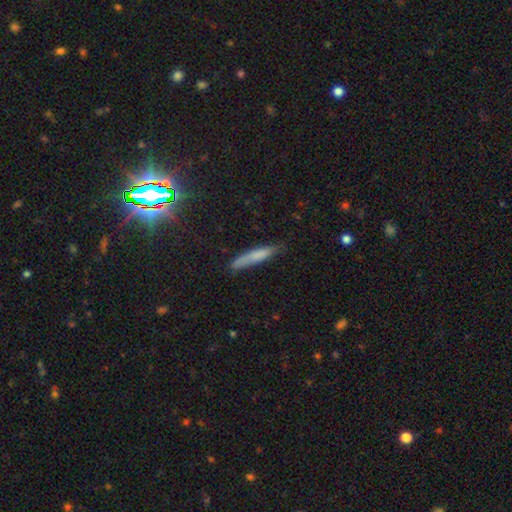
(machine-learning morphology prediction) A smooth galaxy with no disk features (70%) that is cigar-shaped (89%).

Vote fractions:
- Smooth or featured? smooth: 70% / featured or disk: 20% / star or artifact: 10%
- How rounded? cigar-shaped: 89% / in between: 9% / round: 2%
- Merging? none: 72% / minor disturbance: 21% / major disturbance: 4% / merger: 2%